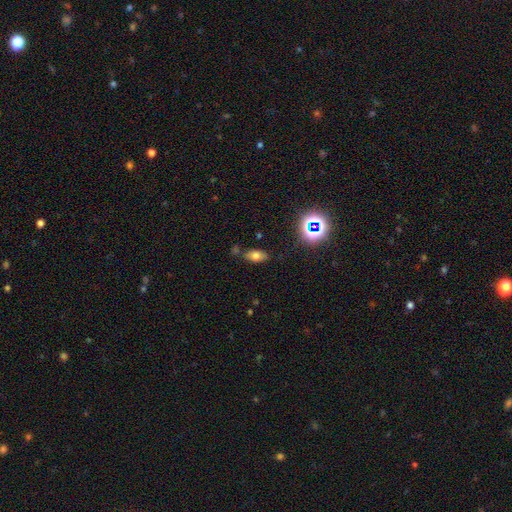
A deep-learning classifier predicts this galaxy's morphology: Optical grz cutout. It shows a smooth galaxy with no disk features (64%) that is in between round and cigar-shaped (86%). Merging: none (76%).